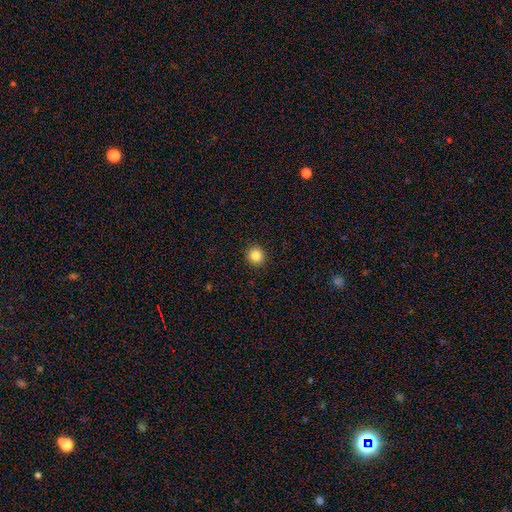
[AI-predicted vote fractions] Smooth or featured: smooth — 85% (star or artifact — 10%)
How rounded: round — 92% (in between — 7%)
Merging: none — 92% (minor disturbance — 5%)